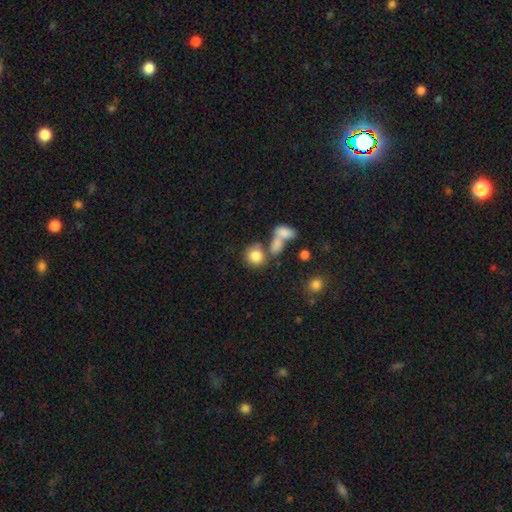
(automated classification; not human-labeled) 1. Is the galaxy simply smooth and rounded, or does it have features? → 81% smooth, 10% featured or disk, 9% star or artifact.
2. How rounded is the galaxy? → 74% round, 24% in between, 2% cigar-shaped.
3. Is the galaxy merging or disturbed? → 47% none, 35% merger, 11% minor disturbance, 7% major disturbance.